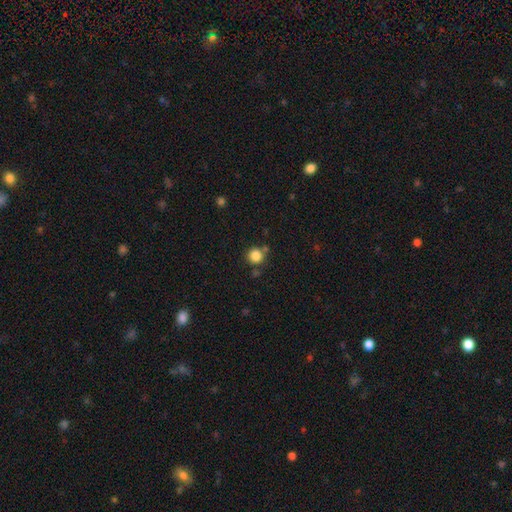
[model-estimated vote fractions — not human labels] Overall: smooth (84%). How rounded: round (93%). Merging: none (78%).